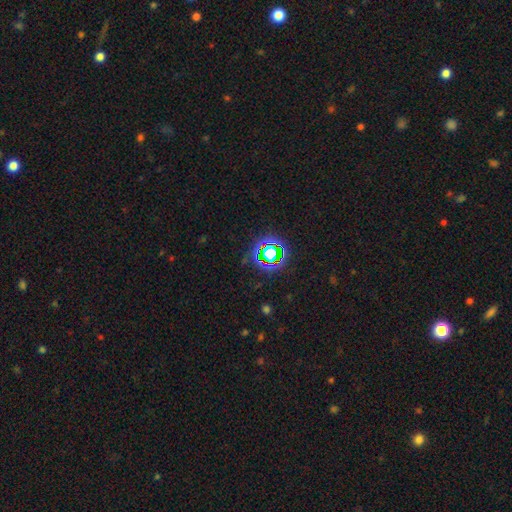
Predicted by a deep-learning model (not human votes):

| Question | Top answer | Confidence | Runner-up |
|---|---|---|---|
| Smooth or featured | star or artifact | 76% | smooth (15%) |